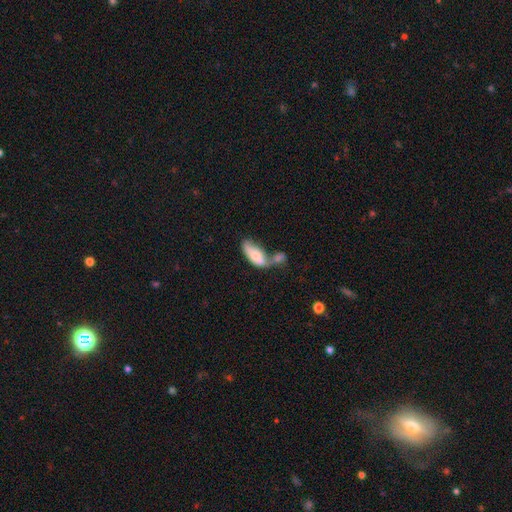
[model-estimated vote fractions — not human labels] A smooth galaxy with no disk features (72%) that is in between round and cigar-shaped (87%).

Vote fractions:
- Smooth or featured? smooth: 72% / featured or disk: 22% / star or artifact: 6%
- How rounded? in between: 87% / cigar-shaped: 11% / round: 3%
- Merging? merger: 58% / none: 17% / minor disturbance: 14% / major disturbance: 11%